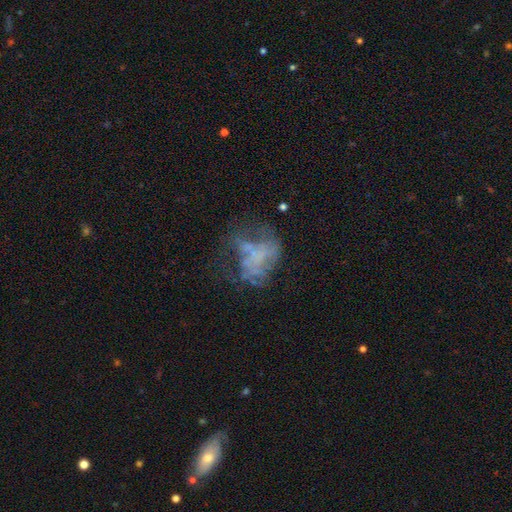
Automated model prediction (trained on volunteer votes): Smooth or featured: featured or disk — 55% (smooth — 23%)
Edge-on disk: no — 98% (yes — 2%)
Bar: no — 90% (weak — 7%)
Spiral arms: no — 87% (yes — 13%)
Bulge size: none — 82% (small — 9%)
Merging: none — 39% (major disturbance — 38%)